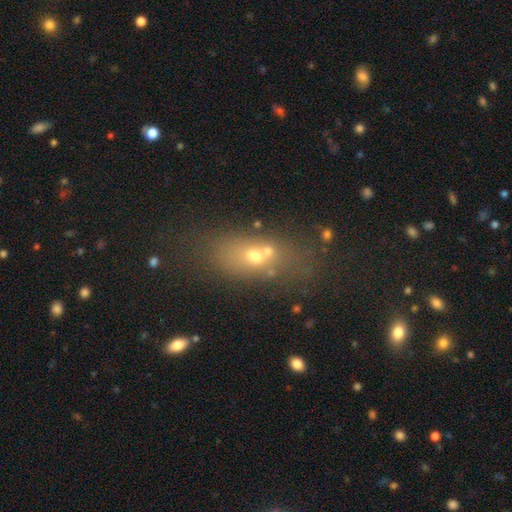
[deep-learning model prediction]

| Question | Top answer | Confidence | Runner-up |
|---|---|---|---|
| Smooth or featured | smooth | 56% | featured or disk (27%) |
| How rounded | in between | 68% | round (24%) |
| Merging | none | 42% | merger (35%) |